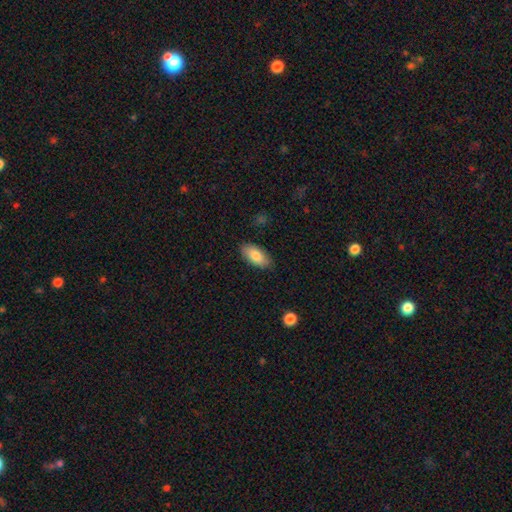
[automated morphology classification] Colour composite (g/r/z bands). It shows a smooth galaxy with no disk features (82%) that is in between round and cigar-shaped (91%). Merging: none (86%).